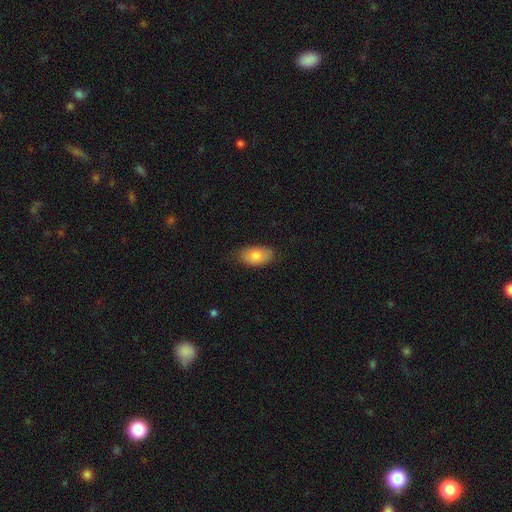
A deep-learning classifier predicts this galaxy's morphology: A smooth galaxy with no disk features (83%) that is in between round and cigar-shaped (93%). Merging: none (75%).